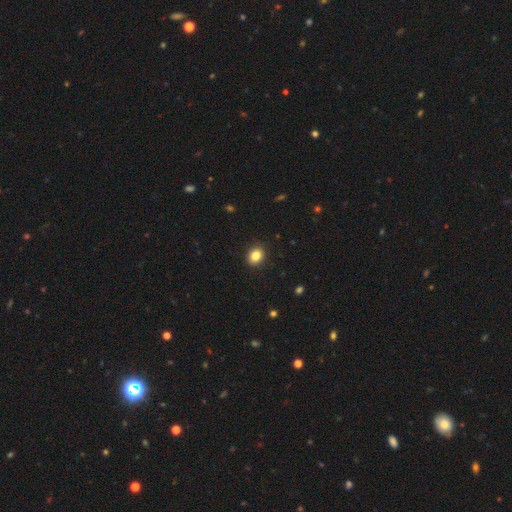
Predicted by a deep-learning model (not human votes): smooth-or-featured: smooth: 85% | star or artifact: 10% | featured or disk: 5%
  how-rounded: round: 57% | in between: 42% | cigar-shaped: 1%
  merging: none: 91% | minor disturbance: 6% | major disturbance: 2% | merger: 1%